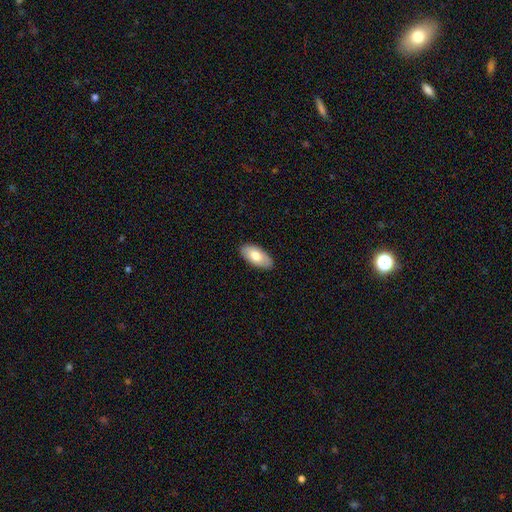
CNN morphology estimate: This is likely a smooth galaxy (76%). How rounded: clearly in between (94%). Merging: clearly none (87%).